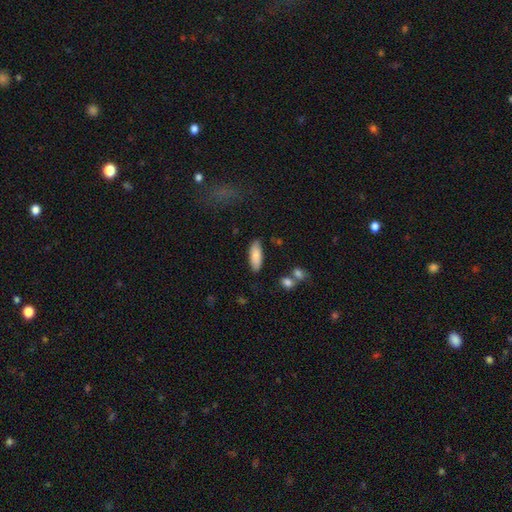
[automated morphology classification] This is clearly a smooth galaxy (85%). How rounded: likely in between (69%). Merging: clearly none (81%).